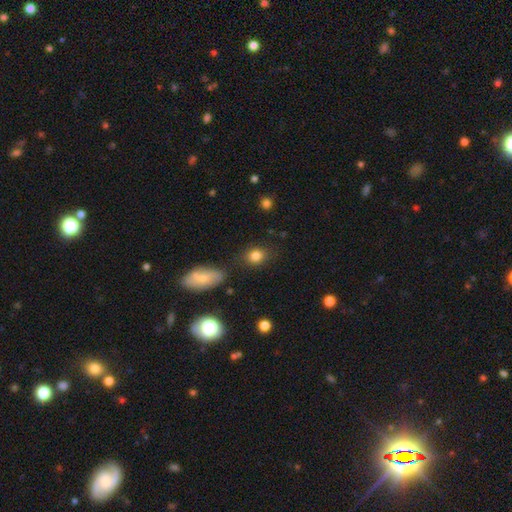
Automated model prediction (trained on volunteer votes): A smooth galaxy with no disk features (83%) that is round (52%). Merging: none (79%).